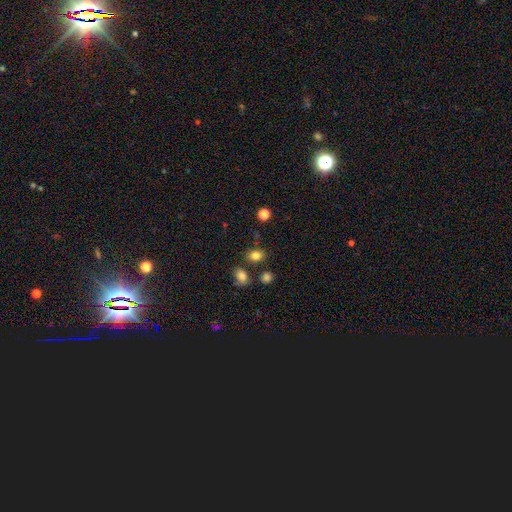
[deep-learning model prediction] Overall: smooth (81%). How rounded: in between (72%). Merging: none (75%).